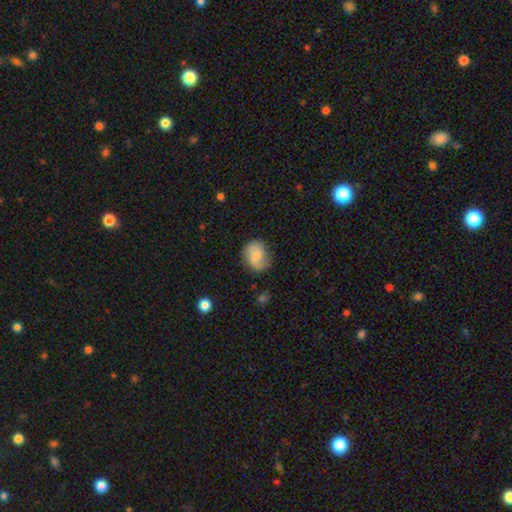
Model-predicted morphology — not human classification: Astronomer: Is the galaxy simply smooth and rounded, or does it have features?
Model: smooth — 50% (runner-up: featured or disk, 42%).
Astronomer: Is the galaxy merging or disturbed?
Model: none — 67%.